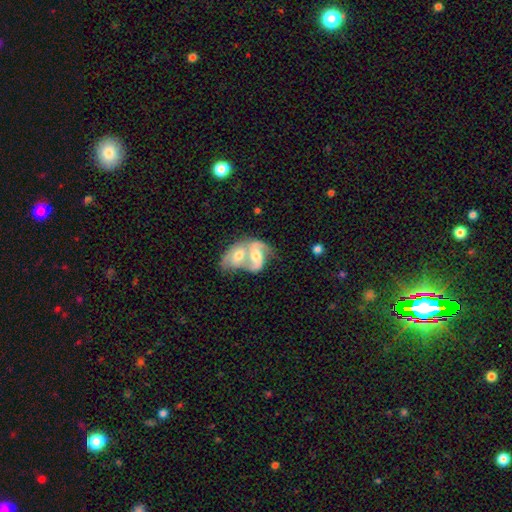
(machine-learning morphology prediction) A featured or disk galaxy (70%) with no bar (44%), 2 (76%) medium (45%) spiral arms (83%) and a moderate central bulge (64%). Merging: merger (83%).